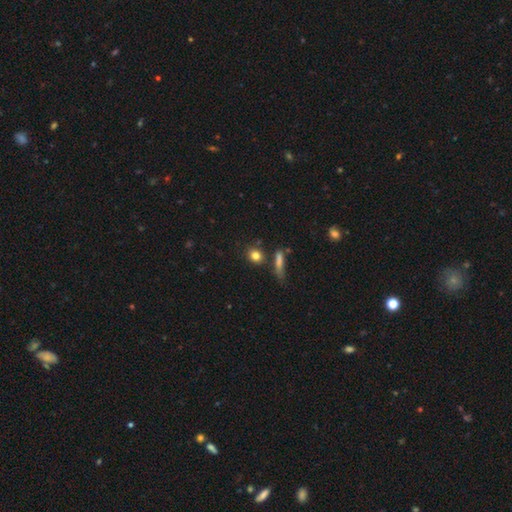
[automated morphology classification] A smooth galaxy with no disk features (81%) that is round (65%).

Vote fractions:
- Smooth or featured? smooth: 81% / star or artifact: 10% / featured or disk: 8%
- How rounded? round: 65% / in between: 27% / cigar-shaped: 8%
- Merging? none: 76% / minor disturbance: 11% / merger: 9% / major disturbance: 4%